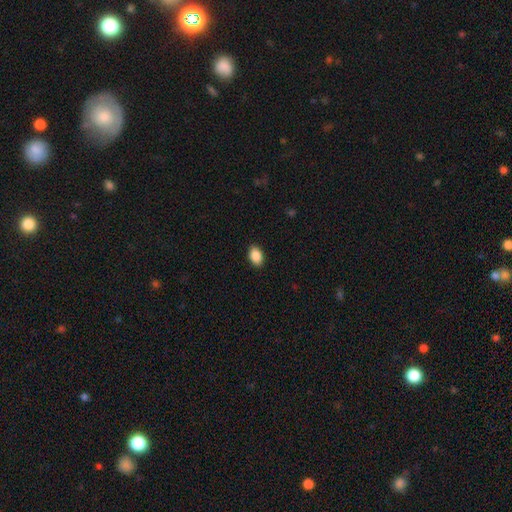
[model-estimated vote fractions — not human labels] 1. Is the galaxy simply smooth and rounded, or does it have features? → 89% smooth, 7% star or artifact, 4% featured or disk.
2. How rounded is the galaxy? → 88% in between, 10% round, 1% cigar-shaped.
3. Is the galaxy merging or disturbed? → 90% none, 8% minor disturbance, 2% major disturbance, 1% merger.